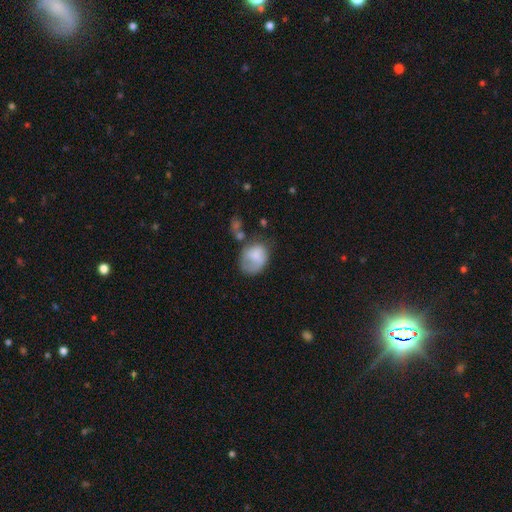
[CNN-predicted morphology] A smooth galaxy with no disk features (72%) that is in between round and cigar-shaped (57%).

Vote fractions:
- Smooth or featured? smooth: 72% / featured or disk: 19% / star or artifact: 8%
- How rounded? in between: 57% / round: 42% / cigar-shaped: 1%
- Merging? none: 33% / minor disturbance: 29% / major disturbance: 27% / merger: 10%